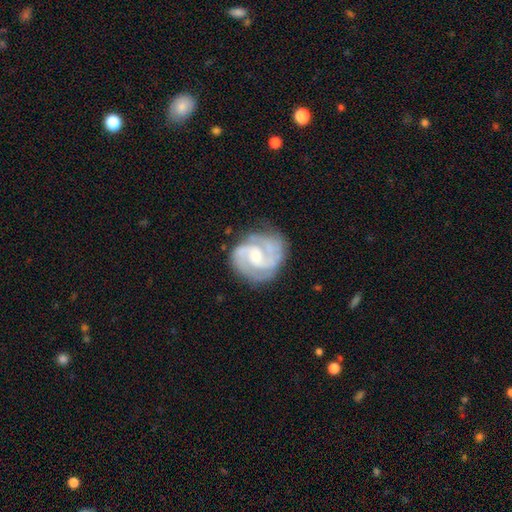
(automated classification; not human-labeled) This appears to be a featured or disk galaxy (89%) with no bar (46%), 2 (56%) tight (47%) spiral arms (98%) and a small central bulge (50%). Merging: none (75%).